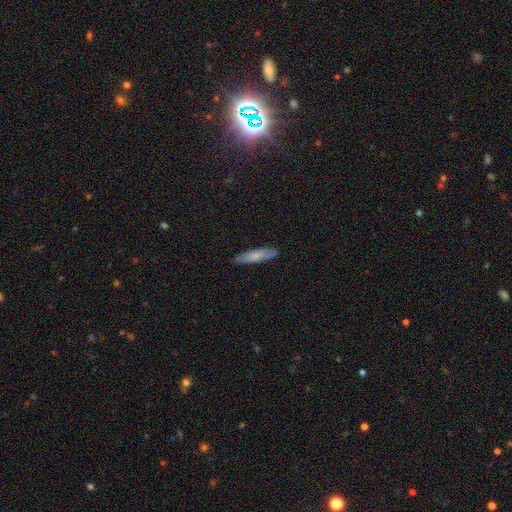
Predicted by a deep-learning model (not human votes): This appears to be a smooth galaxy with no disk features (74%) that is cigar-shaped (79%). Merging: none (87%).